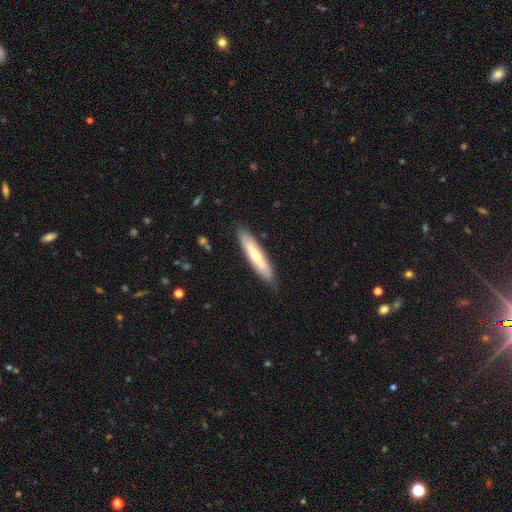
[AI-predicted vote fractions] Smooth or featured? smooth (55%)
How rounded? cigar-shaped (82%)
Merging? none (86%)